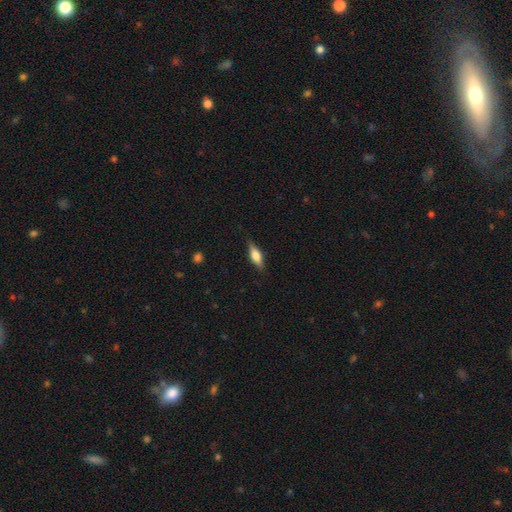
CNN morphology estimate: Smooth or featured: smooth — 59% (featured or disk — 35%)
How rounded: in between — 55% (cigar-shaped — 42%)
Merging: none — 84% (minor disturbance — 13%)